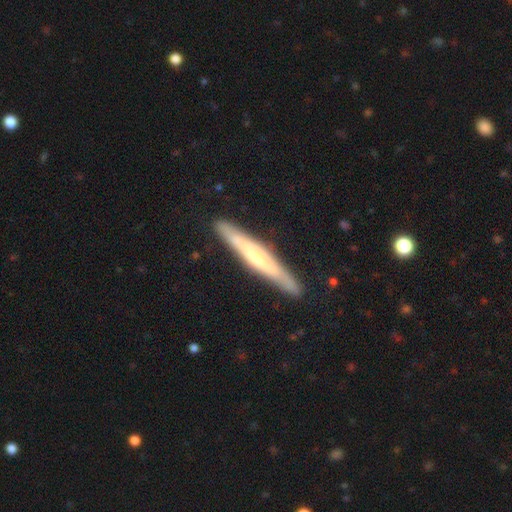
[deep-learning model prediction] Morphology: type=featured or disk (61%); edge-on=yes (91%); edge-on bulge=none (42%); merging=none (87%).